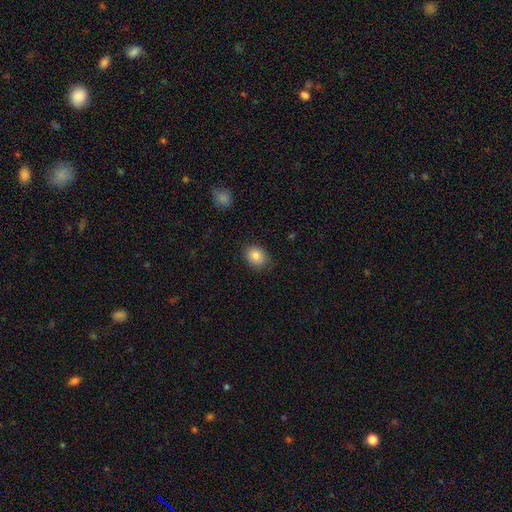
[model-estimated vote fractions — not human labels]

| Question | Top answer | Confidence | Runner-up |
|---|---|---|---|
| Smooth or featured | smooth | 85% | star or artifact (9%) |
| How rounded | round | 57% | in between (42%) |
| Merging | none | 84% | minor disturbance (12%) |